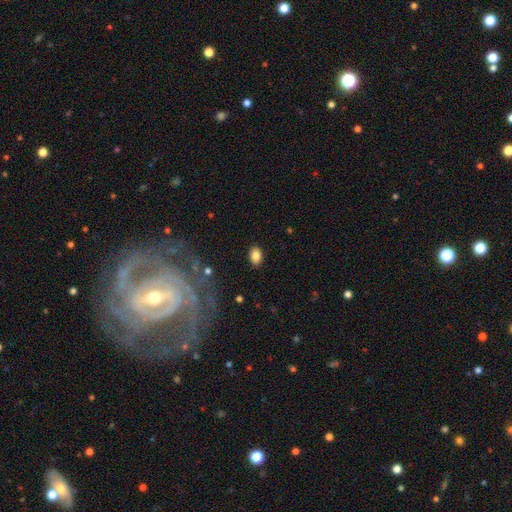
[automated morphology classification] Q: Smooth or featured?
A: smooth (84%); runner-up: star or artifact (9%)
Q: How rounded?
A: in between (79%); runner-up: round (20%)
Q: Merging?
A: none (87%); runner-up: minor disturbance (9%)